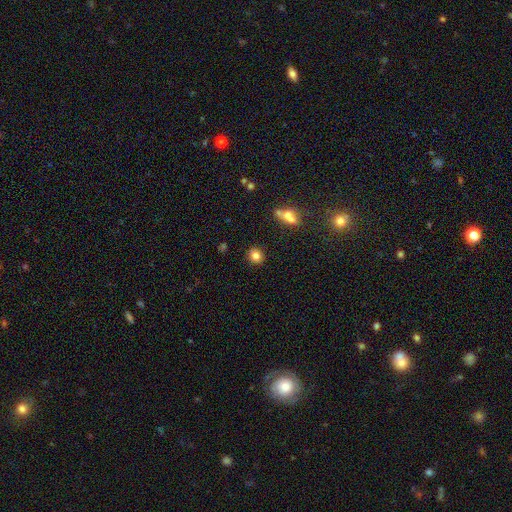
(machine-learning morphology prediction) A smooth galaxy with no disk features (82%) that is round (82%).

Vote fractions:
- Smooth or featured? smooth: 82% / star or artifact: 11% / featured or disk: 7%
- How rounded? round: 82% / in between: 16% / cigar-shaped: 1%
- Merging? none: 89% / minor disturbance: 6% / merger: 2% / major disturbance: 2%